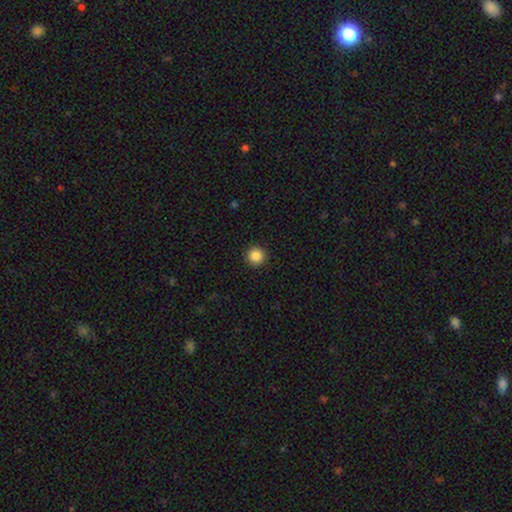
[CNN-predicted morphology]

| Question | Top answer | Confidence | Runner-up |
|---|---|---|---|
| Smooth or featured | smooth | 86% | star or artifact (10%) |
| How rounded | round | 96% | in between (3%) |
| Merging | none | 93% | minor disturbance (4%) |